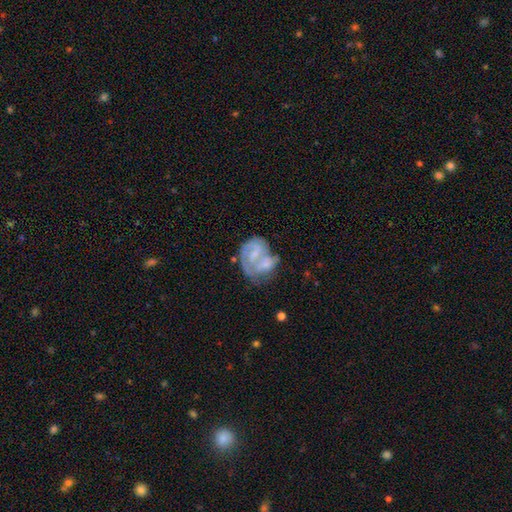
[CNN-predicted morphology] featured or disk 67%, smooth 25%, star or artifact 8%. Down the decision tree: edge-on disk — no (98%); bar — no (47%); spiral arms — yes (69%); bulge size — small (46%); merging — merger (33%).